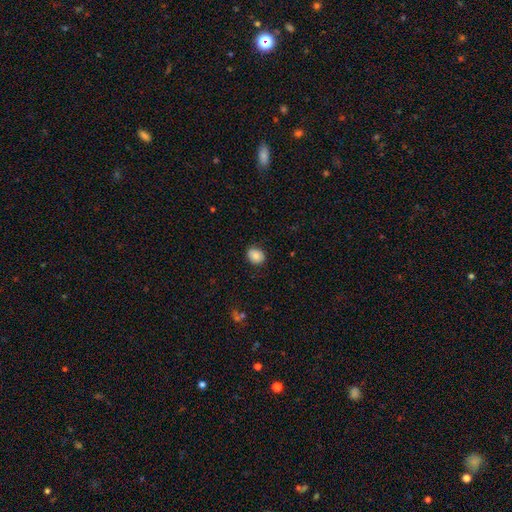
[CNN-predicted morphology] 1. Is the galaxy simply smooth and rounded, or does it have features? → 81% smooth, 10% featured or disk, 8% star or artifact.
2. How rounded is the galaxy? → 60% round, 39% in between, 1% cigar-shaped.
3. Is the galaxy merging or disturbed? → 85% none, 12% minor disturbance, 3% major disturbance, 1% merger.